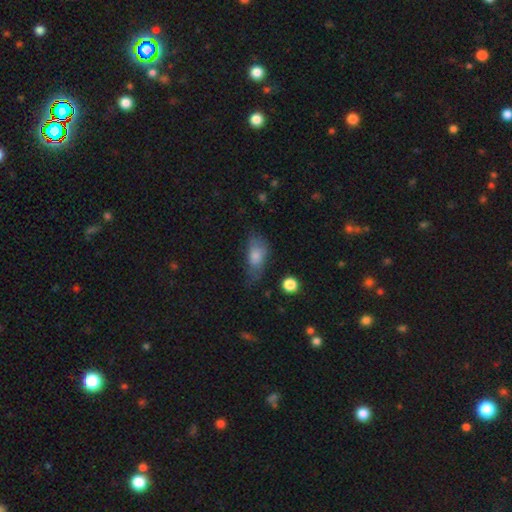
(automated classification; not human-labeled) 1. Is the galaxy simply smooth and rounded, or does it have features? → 73% smooth, 18% featured or disk, 9% star or artifact.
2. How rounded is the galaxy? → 85% in between, 9% cigar-shaped, 6% round.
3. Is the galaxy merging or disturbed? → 43% none, 35% minor disturbance, 19% major disturbance, 2% merger.